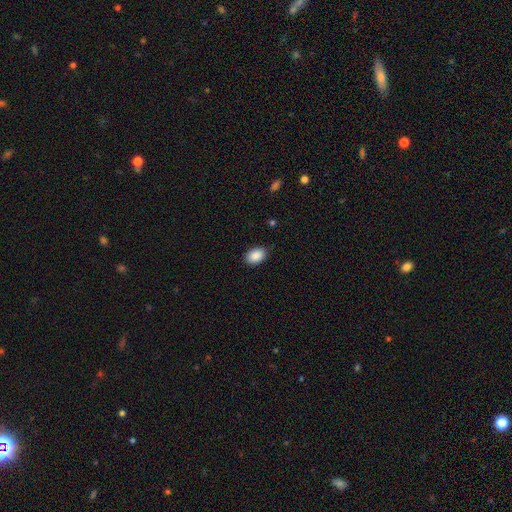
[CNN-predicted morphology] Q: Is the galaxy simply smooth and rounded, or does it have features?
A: smooth — 90%.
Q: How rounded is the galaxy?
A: in between — 88%.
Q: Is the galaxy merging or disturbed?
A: none — 87%.